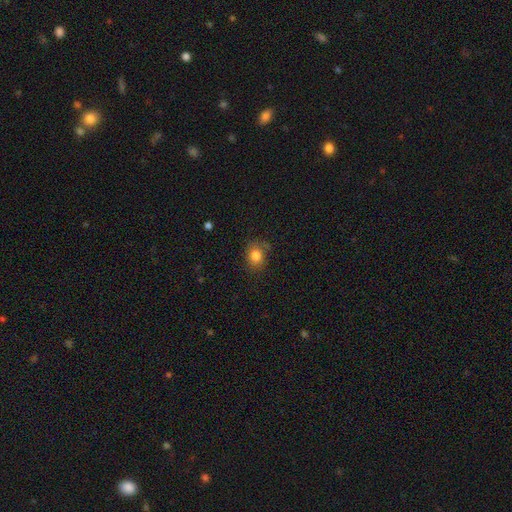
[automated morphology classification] Smooth or featured? smooth (83%)
How rounded? round (61%)
Merging? none (77%)